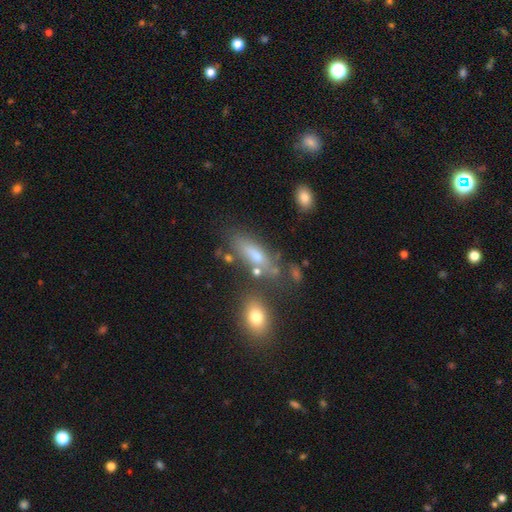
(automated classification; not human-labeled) smooth_or_featured: smooth (p=0.57) [alt: featured or disk p=0.31]
how_rounded: in between (p=0.58) [alt: cigar-shaped p=0.38]
merging: none (p=0.58) [alt: minor disturbance p=0.19]